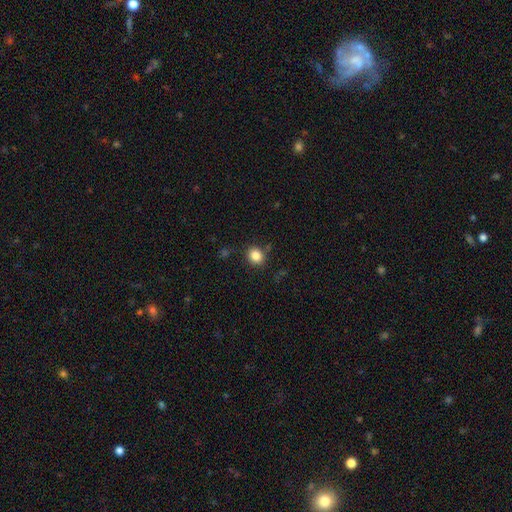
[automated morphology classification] Smooth or featured? Predicted: smooth (p=0.84). How rounded? Predicted: round (p=0.78). Merging? Predicted: none (p=0.85).